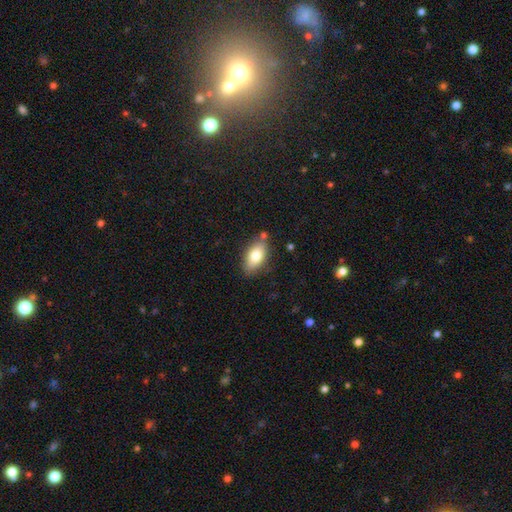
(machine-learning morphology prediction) Smooth or featured? Predicted: smooth (p=0.78). How rounded? Predicted: in between (p=0.91). Merging? Predicted: none (p=0.79).